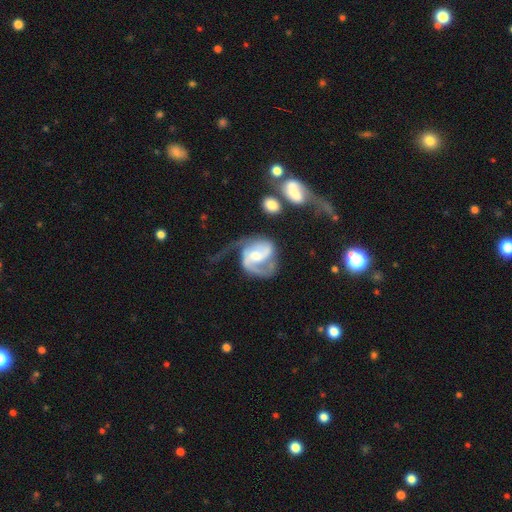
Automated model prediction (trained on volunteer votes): featured or disk 87%, smooth 8%, star or artifact 5%. Down the decision tree: edge-on disk — no (98%); bar — weak (44%); spiral arms — yes (96%); spiral arm count — 2 (72%); spiral winding — medium (49%); bulge size — moderate (53%); merging — major disturbance (36%, tied with none).